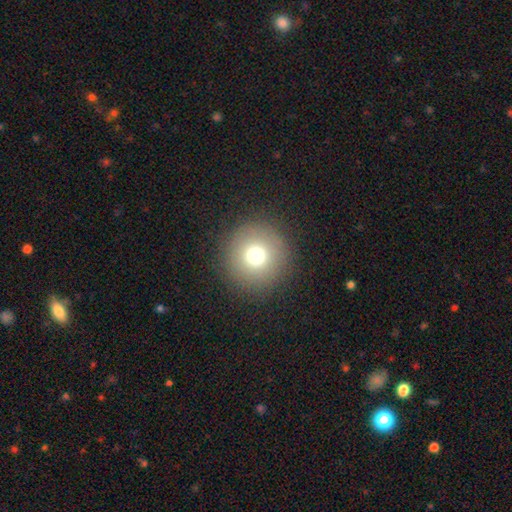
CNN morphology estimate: Smooth or featured? Predicted: smooth (p=0.73). How rounded? Predicted: round (p=0.96). Merging? Predicted: none (p=0.91).